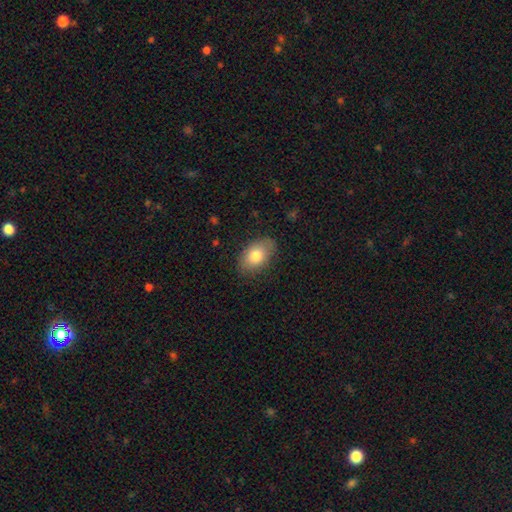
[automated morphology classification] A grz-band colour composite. It shows a smooth galaxy with no disk features (79%) that is in between round and cigar-shaped (89%). Merging: none (79%).